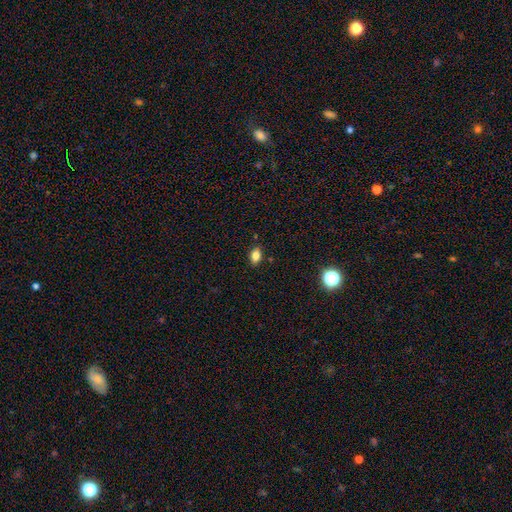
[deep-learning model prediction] Smooth or featured? Predicted: smooth (p=0.81). How rounded? Predicted: in between (p=0.82). Merging? Predicted: none (p=0.85).